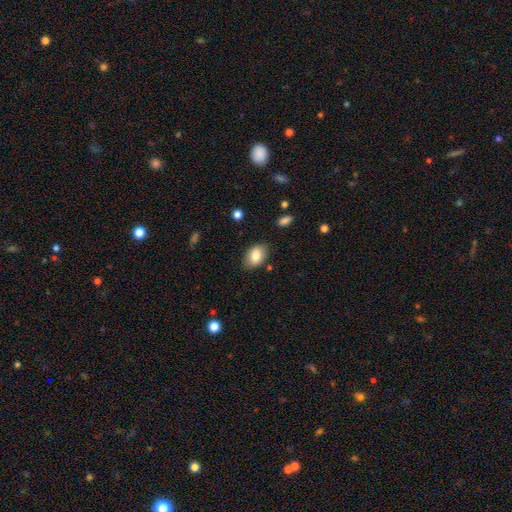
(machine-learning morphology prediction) Smooth or featured? Predicted: smooth (p=0.82). How rounded? Predicted: in between (p=0.88). Merging? Predicted: none (p=0.82).